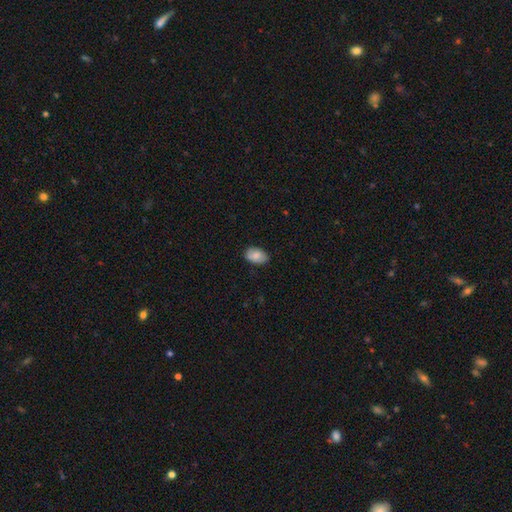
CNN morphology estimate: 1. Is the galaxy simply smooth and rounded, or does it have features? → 82% smooth, 11% featured or disk, 7% star or artifact.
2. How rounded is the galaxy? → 90% in between, 9% round, 1% cigar-shaped.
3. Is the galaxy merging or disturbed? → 82% none, 14% minor disturbance, 2% major disturbance, 1% merger.